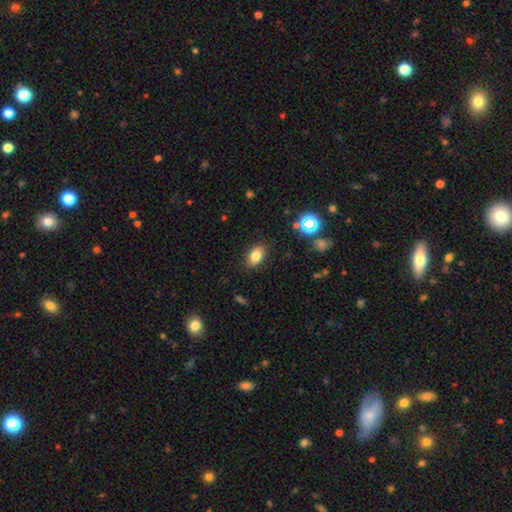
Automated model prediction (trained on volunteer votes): A smooth galaxy with no disk features (78%) that is in between round and cigar-shaped (86%). Merging: none (86%).